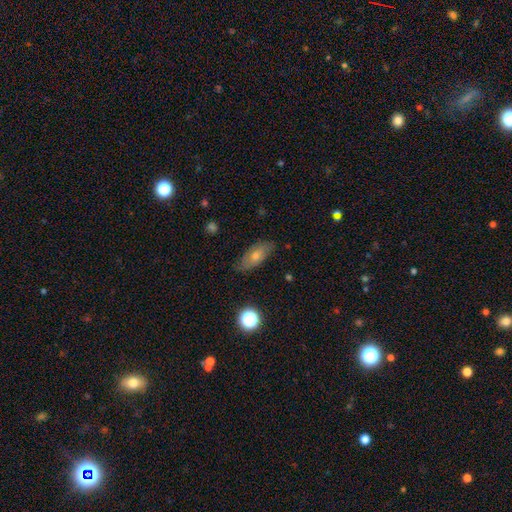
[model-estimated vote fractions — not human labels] smooth-or-featured: smooth: 54% | featured or disk: 35% | star or artifact: 11%
  how-rounded: in between: 76% | cigar-shaped: 18% | round: 6%
  merging: none: 80% | minor disturbance: 15% | major disturbance: 3% | merger: 1%